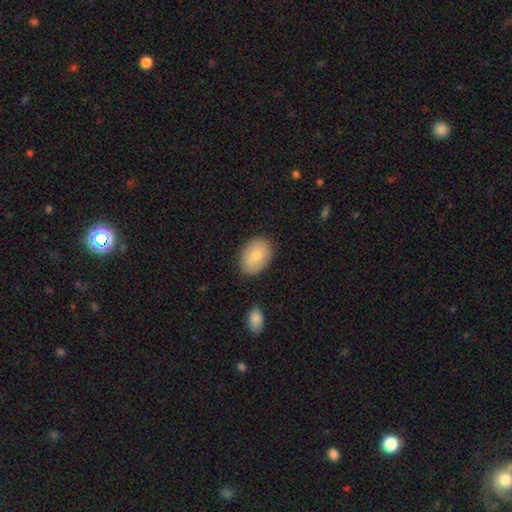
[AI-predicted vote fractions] Smooth or featured? smooth (82%)
How rounded? in between (86%)
Merging? none (85%)